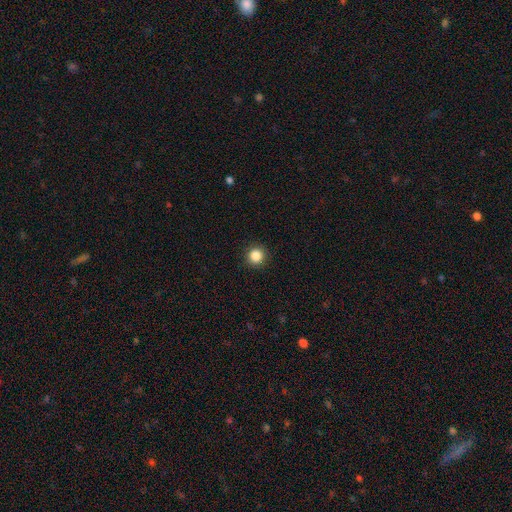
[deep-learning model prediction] smooth-or-featured: smooth: 86% | star or artifact: 11% | featured or disk: 3%
  how-rounded: round: 95% | in between: 4% | cigar-shaped: 1%
  merging: none: 92% | minor disturbance: 5% | major disturbance: 2% | merger: 1%